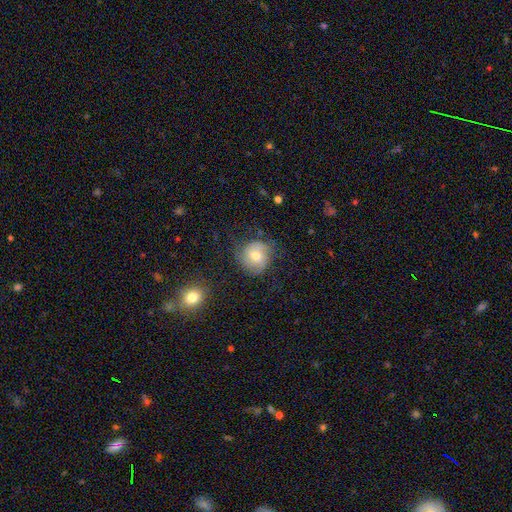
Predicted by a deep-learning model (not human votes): A smooth galaxy with no disk features (48%).

Vote fractions:
- Smooth or featured? smooth: 48% / featured or disk: 43% / star or artifact: 9%
- Merging? none: 64% / minor disturbance: 23% / major disturbance: 11% / merger: 2%